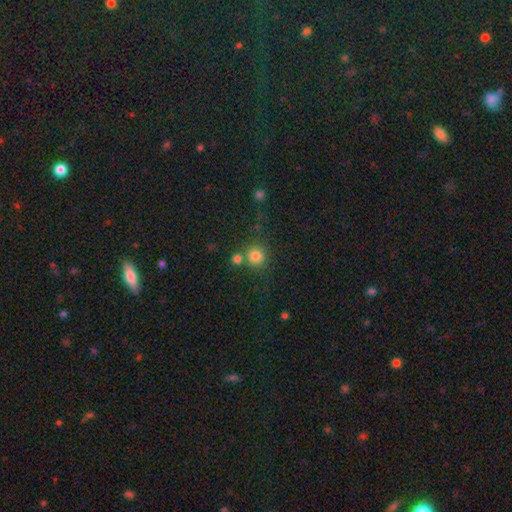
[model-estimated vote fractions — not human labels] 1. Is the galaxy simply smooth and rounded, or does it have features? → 81% smooth, 13% star or artifact, 6% featured or disk.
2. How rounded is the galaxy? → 91% round, 8% in between, 1% cigar-shaped.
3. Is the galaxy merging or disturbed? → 67% none, 21% merger, 9% minor disturbance, 4% major disturbance.